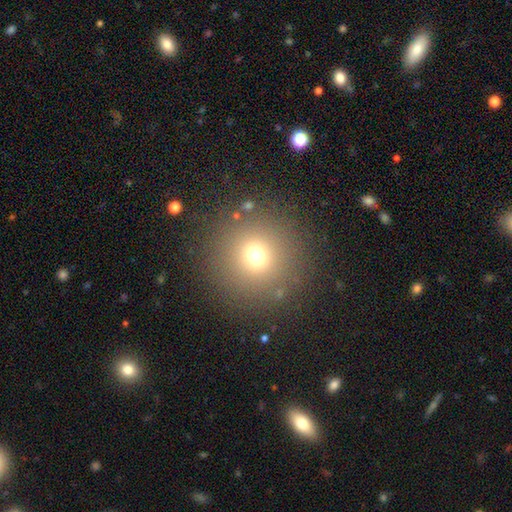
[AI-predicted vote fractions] Smooth or featured? smooth (70%)
How rounded? round (96%)
Merging? none (87%)